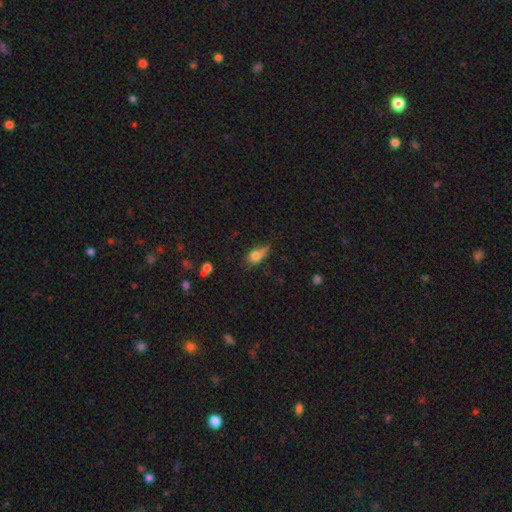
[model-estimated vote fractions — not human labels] A smooth galaxy with no disk features (73%) that is in between round and cigar-shaped (67%).

Vote fractions:
- Smooth or featured? smooth: 73% / featured or disk: 16% / star or artifact: 11%
- How rounded? in between: 67% / round: 23% / cigar-shaped: 9%
- Merging? none: 40% / minor disturbance: 34% / major disturbance: 15% / merger: 11%